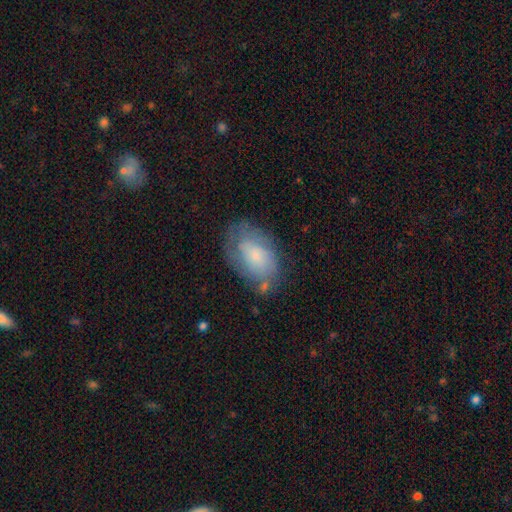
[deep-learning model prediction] smooth 56%, featured or disk 36%, star or artifact 8%. Down the decision tree: how rounded — in between (90%); merging — none (61%).